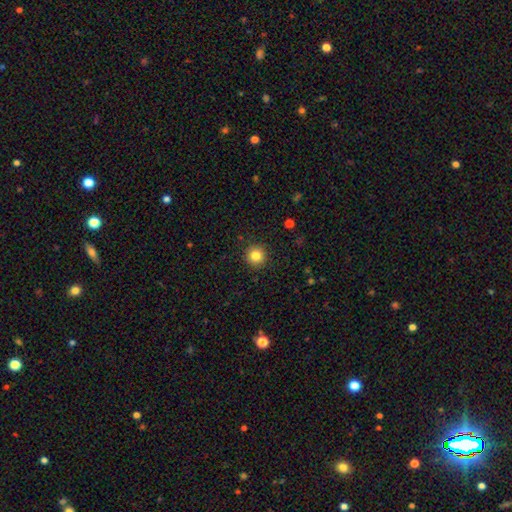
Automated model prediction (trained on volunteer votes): smooth-or-featured: smooth: 83% | star or artifact: 11% | featured or disk: 6%
  how-rounded: round: 95% | in between: 4% | cigar-shaped: 1%
  merging: none: 92% | minor disturbance: 5% | major disturbance: 2% | merger: 1%